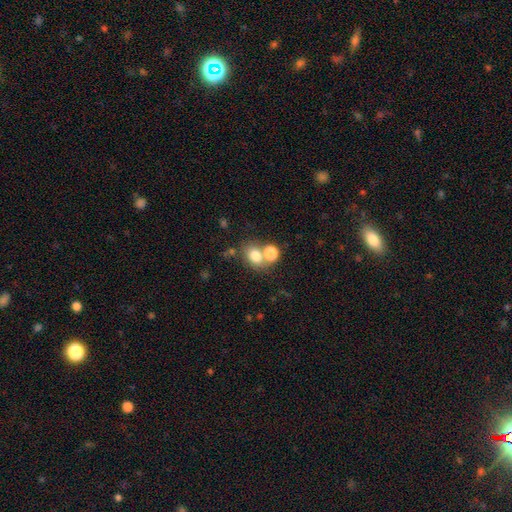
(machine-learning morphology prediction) smooth_or_featured: smooth (p=0.76) [alt: star or artifact p=0.13]
how_rounded: in between (p=0.50) [alt: round p=0.49]
merging: none (p=0.49) [alt: merger p=0.38]